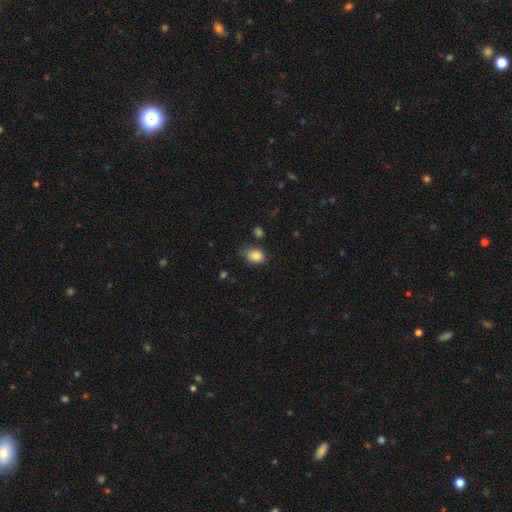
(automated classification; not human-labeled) Smooth or featured? Predicted: smooth (p=0.84). How rounded? Predicted: in between (p=0.72). Merging? Predicted: none (p=0.57).